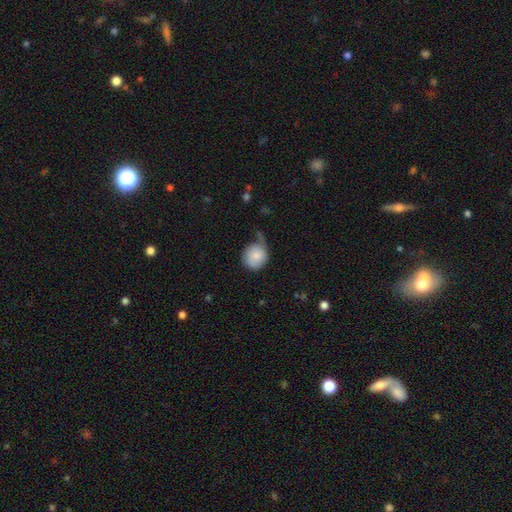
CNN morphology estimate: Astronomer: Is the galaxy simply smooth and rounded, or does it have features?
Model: smooth — 80%.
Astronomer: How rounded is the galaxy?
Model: round — 85%.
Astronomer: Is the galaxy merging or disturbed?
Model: none — 45% (runner-up: minor disturbance, 33%).